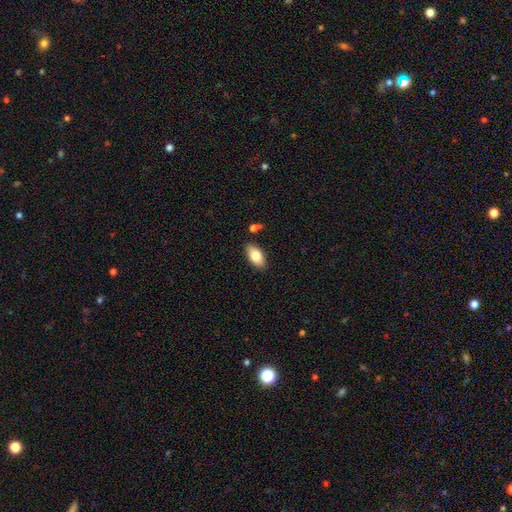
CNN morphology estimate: Smooth or featured? Predicted: smooth (p=0.80). How rounded? Predicted: in between (p=0.93). Merging? Predicted: none (p=0.85).